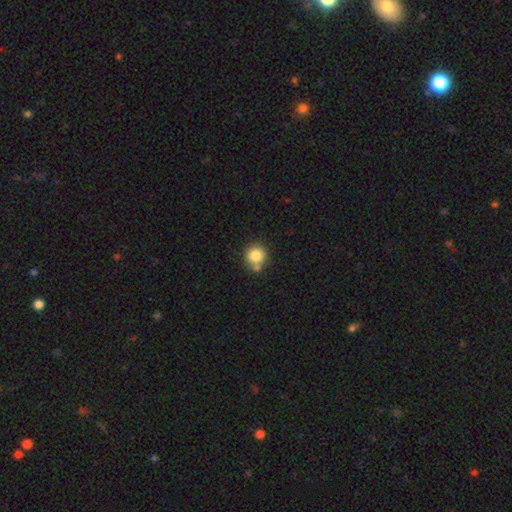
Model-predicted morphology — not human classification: smooth_or_featured: smooth (p=0.83) [alt: star or artifact p=0.10]
how_rounded: round (p=0.91) [alt: in between p=0.08]
merging: none (p=0.64) [alt: merger p=0.20]